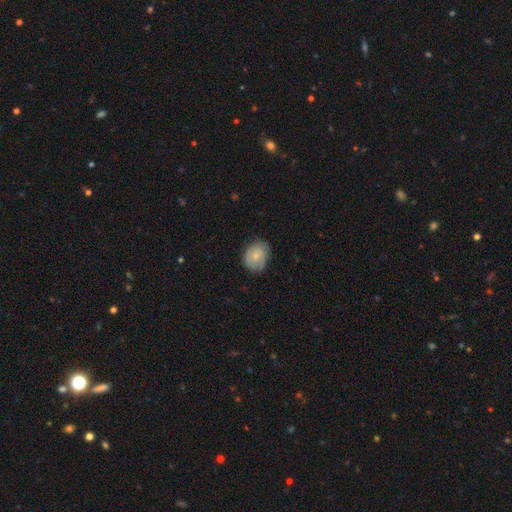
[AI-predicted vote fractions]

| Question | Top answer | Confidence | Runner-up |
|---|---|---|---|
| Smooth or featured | smooth | 59% | featured or disk (34%) |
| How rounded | round | 59% | in between (40%) |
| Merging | none | 70% | minor disturbance (23%) |